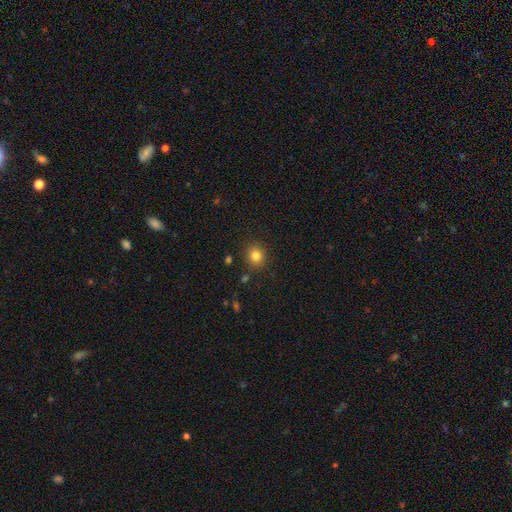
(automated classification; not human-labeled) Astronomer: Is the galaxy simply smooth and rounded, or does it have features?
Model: smooth — 81%.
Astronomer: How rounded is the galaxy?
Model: round — 81%.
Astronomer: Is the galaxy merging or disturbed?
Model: none — 86%.